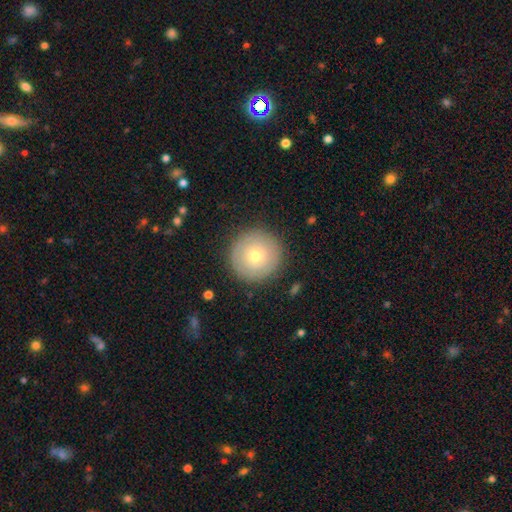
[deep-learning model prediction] smooth-or-featured: smooth: 65% | featured or disk: 26% | star or artifact: 9%
  how-rounded: round: 97% | in between: 2% | cigar-shaped: 1%
  merging: none: 89% | minor disturbance: 7% | major disturbance: 2% | merger: 1%